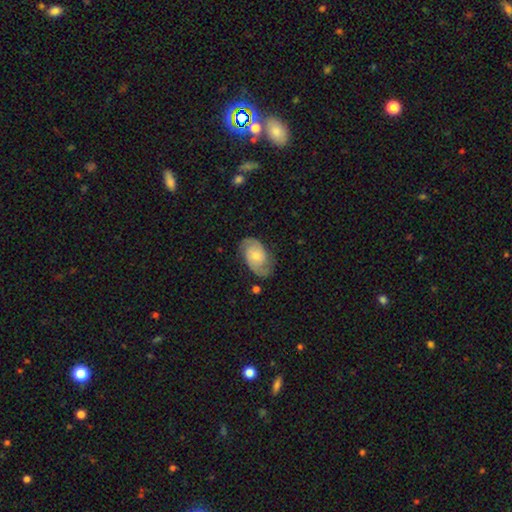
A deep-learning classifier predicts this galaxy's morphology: Overall: featured or disk (76%). Edge-on disk: no (97%). Bar: no (67%; weak 28%). Spiral arms: yes (94%). Spiral arm count: 2 (88%). Spiral winding: tight (43%, tied with medium). Bulge size: moderate (49%; small 44%). Merging: none (79%).